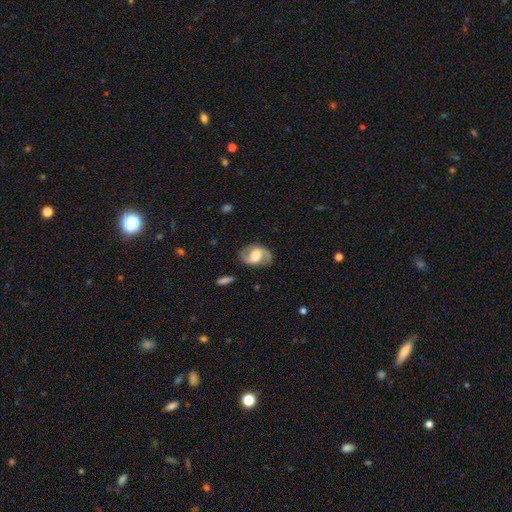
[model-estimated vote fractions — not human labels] Smooth or featured? featured or disk (71%)
Edge-on disk? no (97%)
Bar? weak (46%)
Spiral arms? yes (90%)
Spiral winding? medium (45%)
Spiral arm count? 2 (88%)
Bulge size? large (39%)
Merging? none (73%)